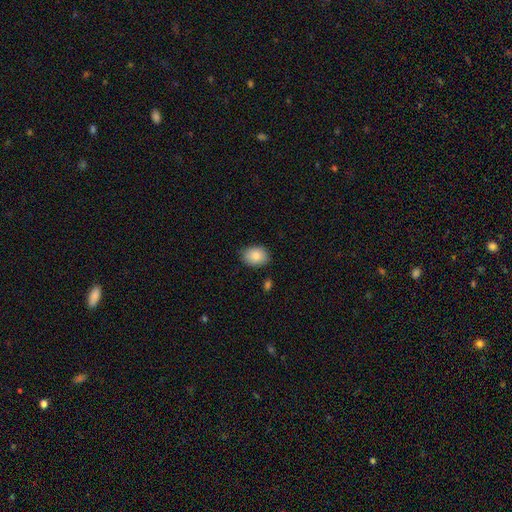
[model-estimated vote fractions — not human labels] Smooth or featured? smooth (86%)
How rounded? in between (69%)
Merging? none (83%)